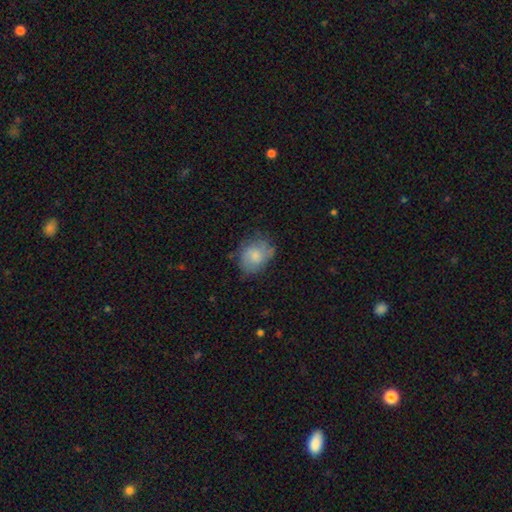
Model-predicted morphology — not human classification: Smooth or featured? Predicted: smooth (p=0.66). How rounded? Predicted: in between (p=0.55). Merging? Predicted: none (p=0.58).